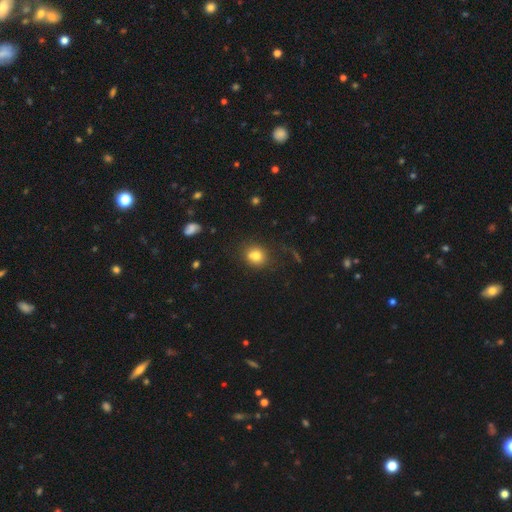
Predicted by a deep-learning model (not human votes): The model was most divided on "how rounded": round: 72%, in between: 27%, cigar-shaped: 1%. More confident: smooth or featured — smooth (76%); merging — none (66%).